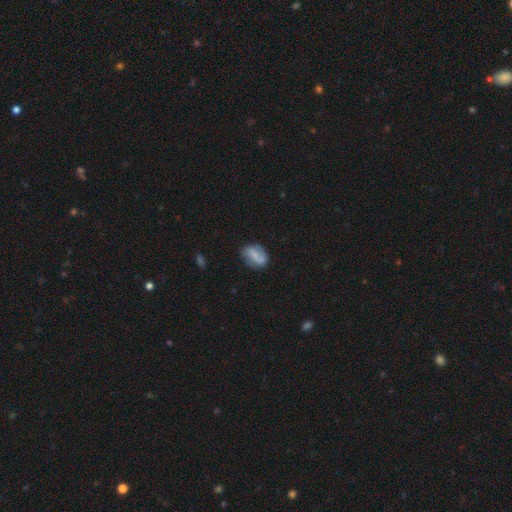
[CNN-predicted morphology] A featured or disk galaxy (47%). Merging: none (71%).